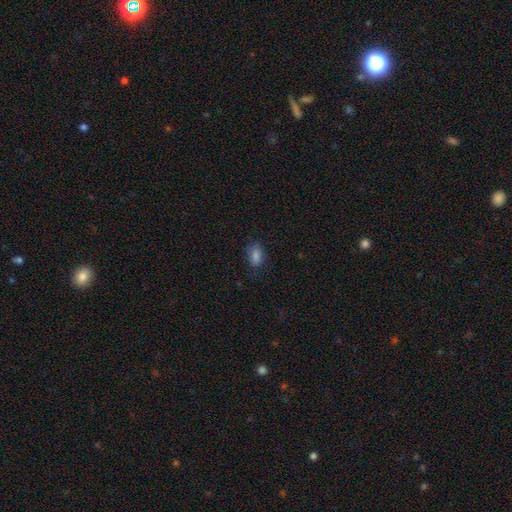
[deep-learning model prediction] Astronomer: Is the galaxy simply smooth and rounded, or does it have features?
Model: smooth — 82%.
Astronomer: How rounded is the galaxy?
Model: in between — 86%.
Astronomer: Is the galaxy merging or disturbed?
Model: none — 74%.